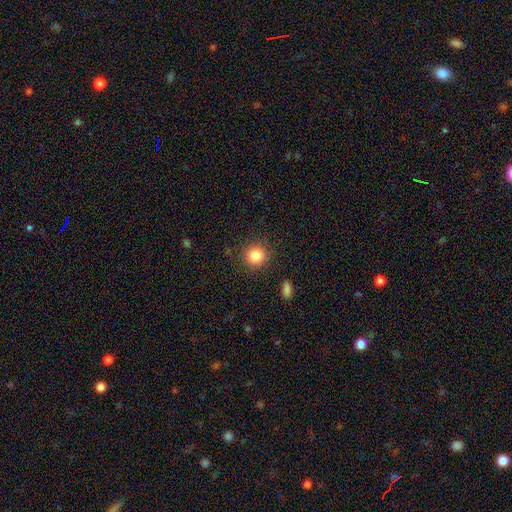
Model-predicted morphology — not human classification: smooth_or_featured: smooth (p=0.84) [alt: star or artifact p=0.11]
how_rounded: round (p=0.90) [alt: in between p=0.09]
merging: none (p=0.88) [alt: minor disturbance p=0.08]